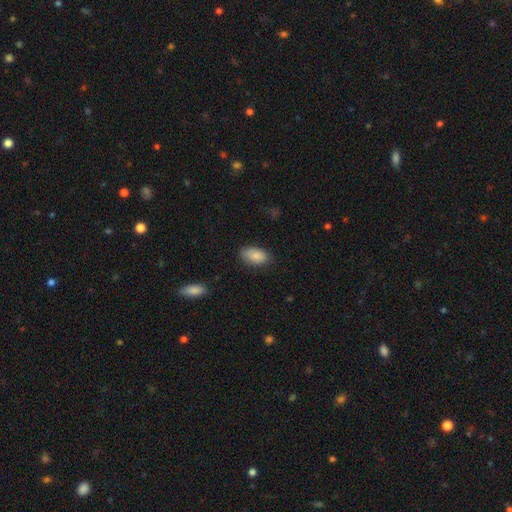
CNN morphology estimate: The model was most divided on "merging": none: 79%, minor disturbance: 17%, major disturbance: 3%, merger: 1%. More confident: how rounded — in between (93%); smooth or featured — smooth (83%).